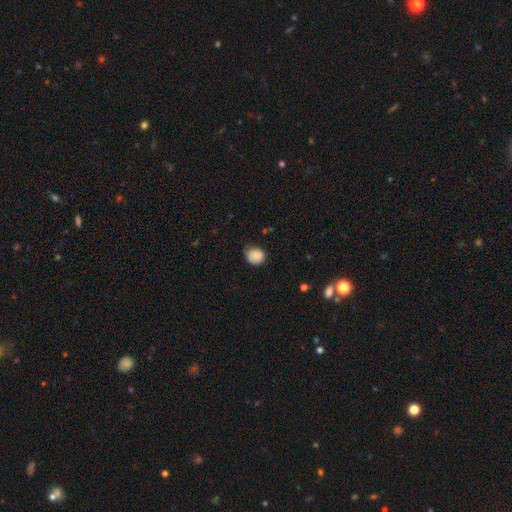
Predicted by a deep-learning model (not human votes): smooth 81%, featured or disk 11%, star or artifact 8%. Down the decision tree: how rounded — round (77%); merging — none (65%).